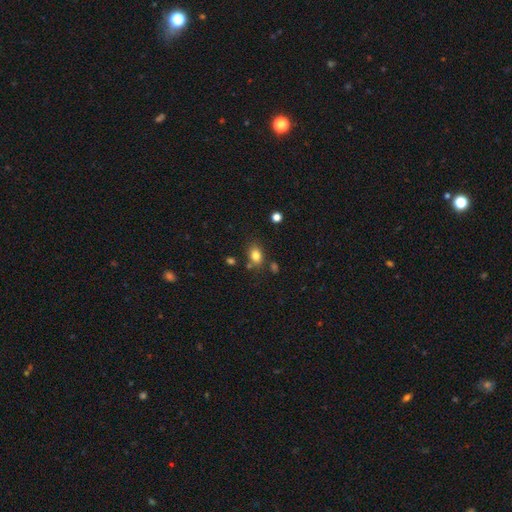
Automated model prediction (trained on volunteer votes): This appears to be a smooth galaxy with no disk features (81%) that is in between round and cigar-shaped (73%). Merging: none (72%).